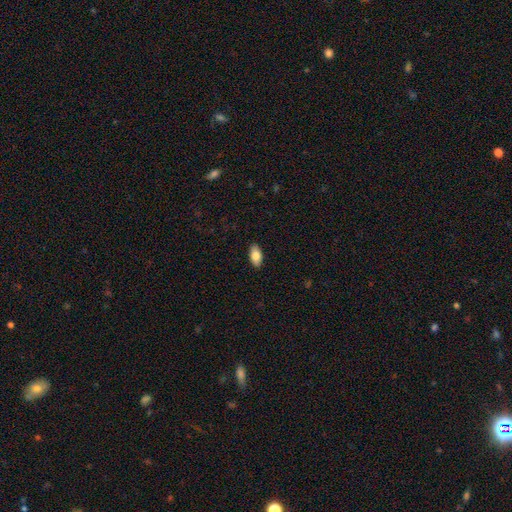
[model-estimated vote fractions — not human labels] Smooth or featured: smooth — 82% (featured or disk — 12%)
How rounded: in between — 92% (cigar-shaped — 5%)
Merging: none — 89% (minor disturbance — 8%)